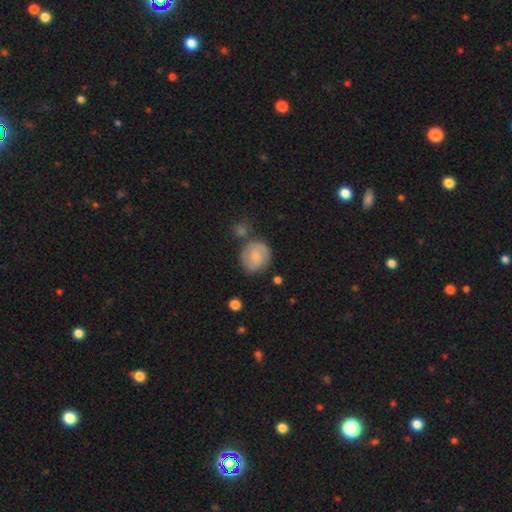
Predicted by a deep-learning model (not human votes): This appears to be a smooth galaxy with no disk features (54%) that is round (83%). Merging: none (65%).